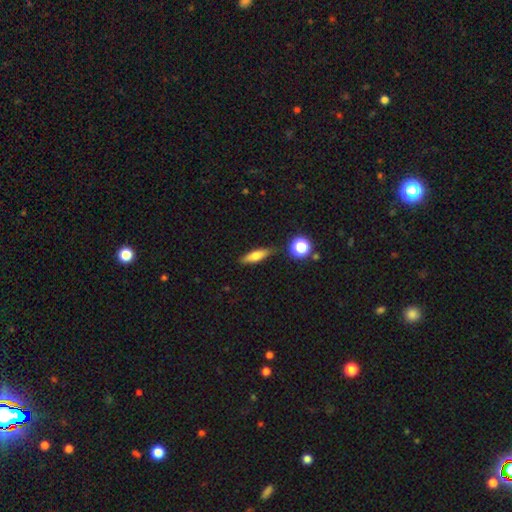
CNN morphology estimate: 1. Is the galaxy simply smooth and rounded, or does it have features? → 63% smooth, 28% featured or disk, 9% star or artifact.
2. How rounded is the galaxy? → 59% cigar-shaped, 37% in between, 5% round.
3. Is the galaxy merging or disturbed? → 82% none, 11% minor disturbance, 3% merger, 3% major disturbance.